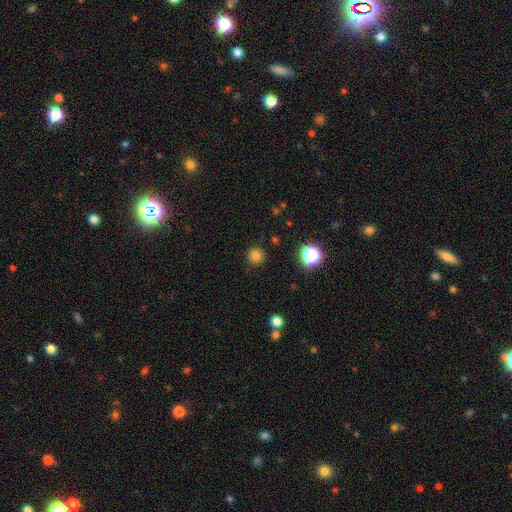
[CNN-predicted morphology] type=smooth (79%); roundness=round (95%); merging=none (90%).